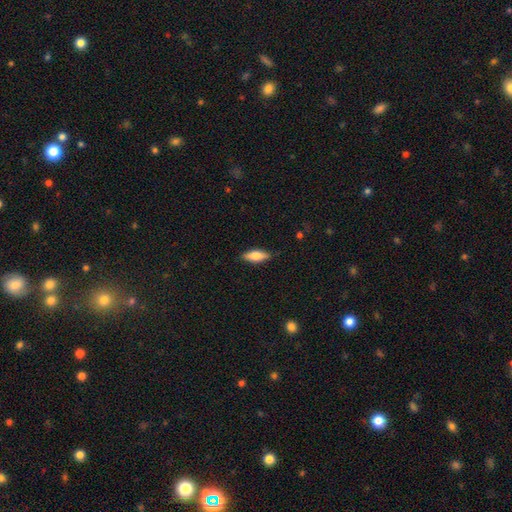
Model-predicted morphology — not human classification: A smooth galaxy with no disk features (72%) that is in between round and cigar-shaped (68%).

Vote fractions:
- Smooth or featured? smooth: 72% / featured or disk: 22% / star or artifact: 6%
- How rounded? in between: 68% / cigar-shaped: 30% / round: 2%
- Merging? none: 85% / minor disturbance: 12% / major disturbance: 2% / merger: 1%